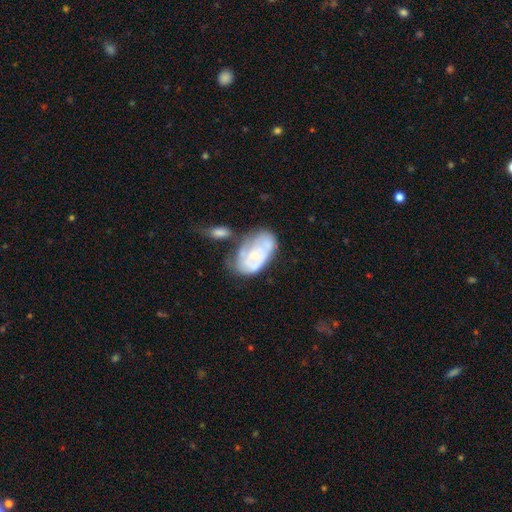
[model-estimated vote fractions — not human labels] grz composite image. It shows a featured or disk galaxy (60%) with no bar (81%), spiral arms (53%) and a small central bulge (61%). Merging: none (31%).